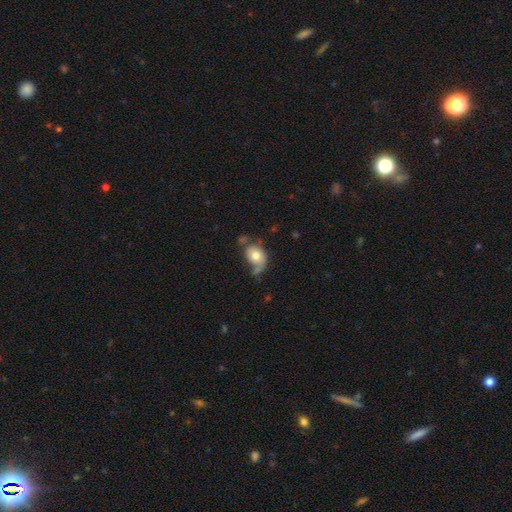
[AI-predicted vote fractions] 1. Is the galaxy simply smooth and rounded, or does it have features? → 71% smooth, 21% featured or disk, 8% star or artifact.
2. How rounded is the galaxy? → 66% in between, 33% round, 1% cigar-shaped.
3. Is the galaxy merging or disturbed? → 37% none, 28% minor disturbance, 20% major disturbance, 15% merger.